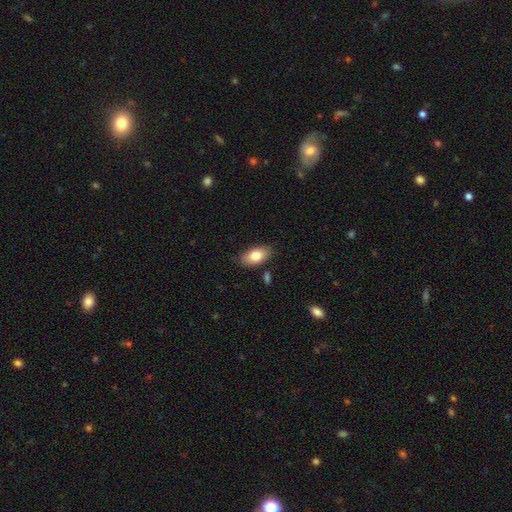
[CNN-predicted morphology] The model was most divided on "smooth or featured": smooth: 81%, featured or disk: 12%, star or artifact: 7%. More confident: how rounded — in between (92%); merging — none (83%).